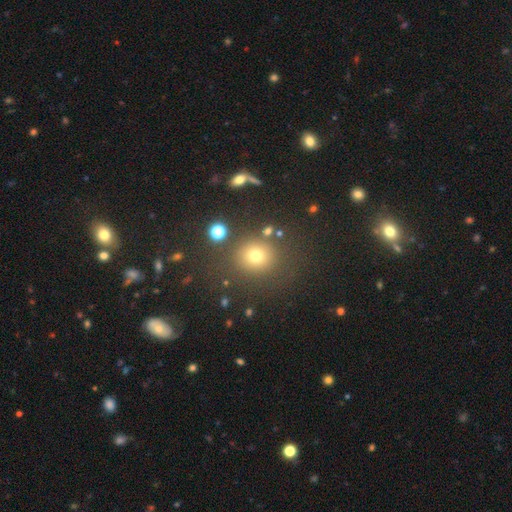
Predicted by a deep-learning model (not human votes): Morphology: type=smooth (72%); roundness=round (85%); merging=none (80%).